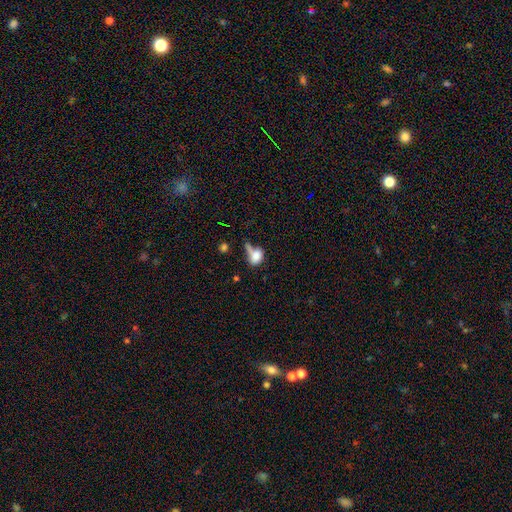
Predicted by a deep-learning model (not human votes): This is likely a smooth galaxy (74%). How rounded: likely in between (73%). Merging: marginally merger (28%).